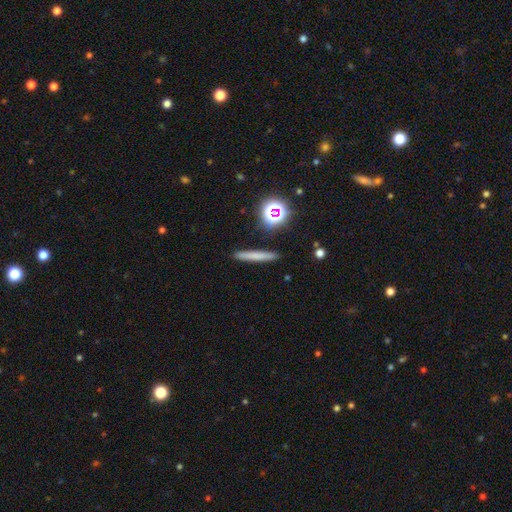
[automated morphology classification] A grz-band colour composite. It shows a smooth galaxy with no disk features (66%) that is cigar-shaped (93%). Merging: none (91%).